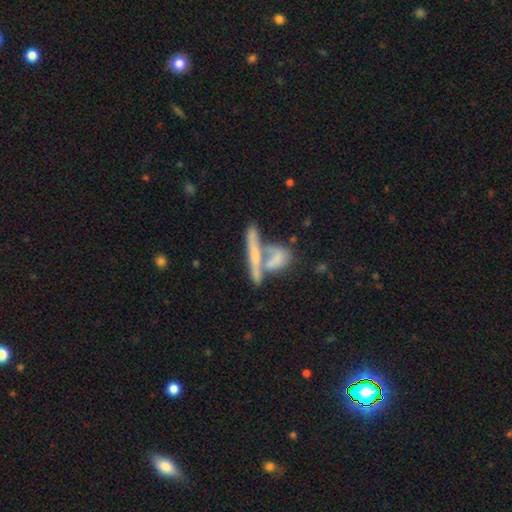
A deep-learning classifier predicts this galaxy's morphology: This appears to be a featured or disk galaxy (49%). Merging: merger (46%).